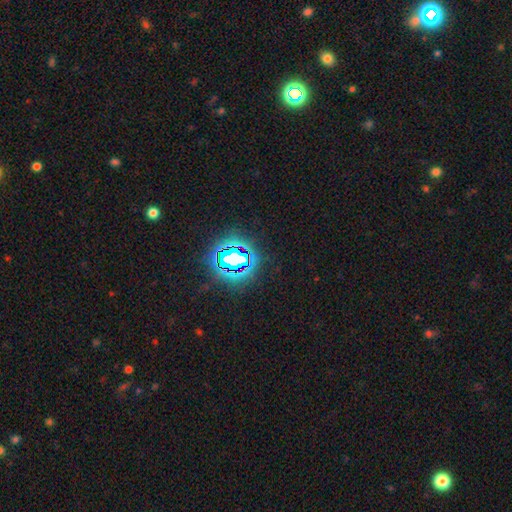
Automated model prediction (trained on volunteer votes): The model was most divided on "smooth or featured": star or artifact: 82%, smooth: 12%, featured or disk: 6%.